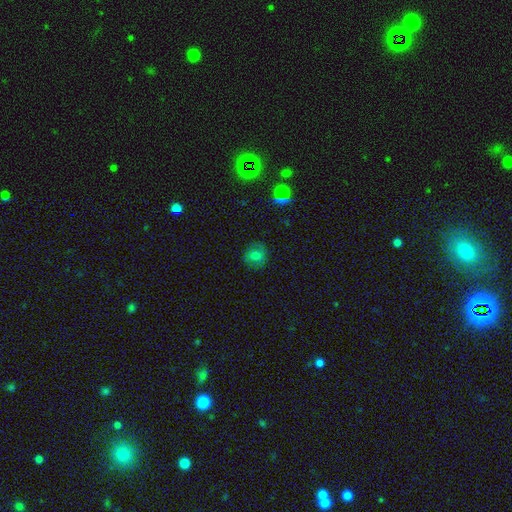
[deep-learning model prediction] Smooth or featured?
  - smooth: 73% *
  - star or artifact: 14%
  - featured or disk: 12%
How rounded?
  - round: 84% *
  - in between: 15%
  - cigar-shaped: 1%
Merging?
  - none: 84% *
  - minor disturbance: 12%
  - major disturbance: 3%
  - merger: 1%